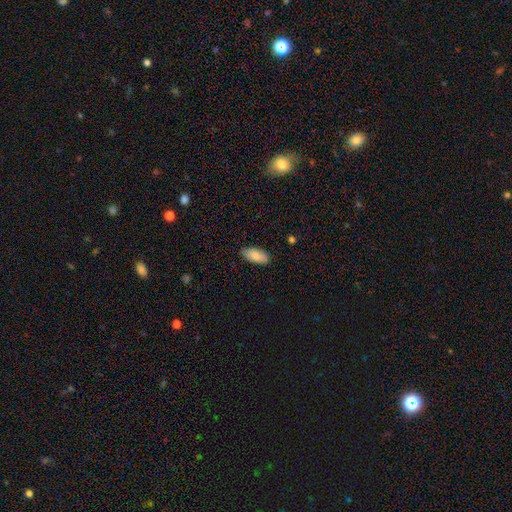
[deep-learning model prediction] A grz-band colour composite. It shows a smooth galaxy with no disk features (86%) that is in between round and cigar-shaped (89%). Merging: none (86%).